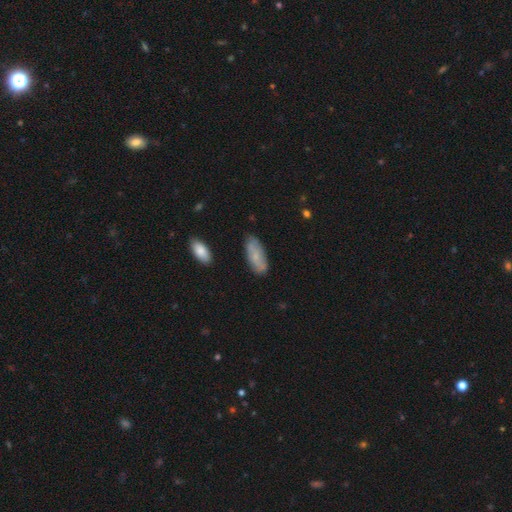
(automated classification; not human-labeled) A smooth galaxy with no disk features (65%) that is in between round and cigar-shaped (84%). Merging: none (77%).